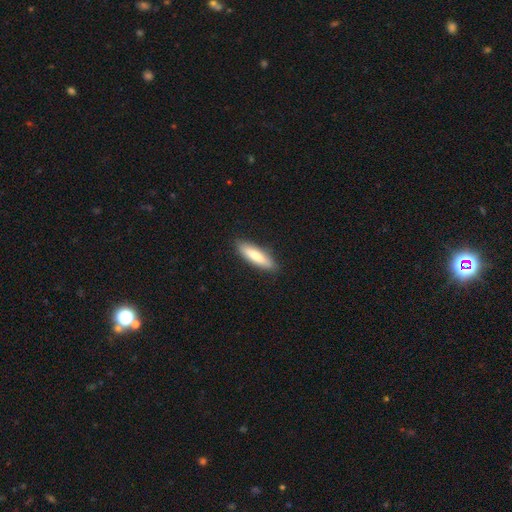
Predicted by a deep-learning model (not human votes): Smooth or featured?
  - smooth: 78% *
  - featured or disk: 16%
  - star or artifact: 5%
How rounded?
  - cigar-shaped: 68% *
  - in between: 31%
  - round: 1%
Merging?
  - none: 87% *
  - minor disturbance: 10%
  - major disturbance: 2%
  - merger: 1%